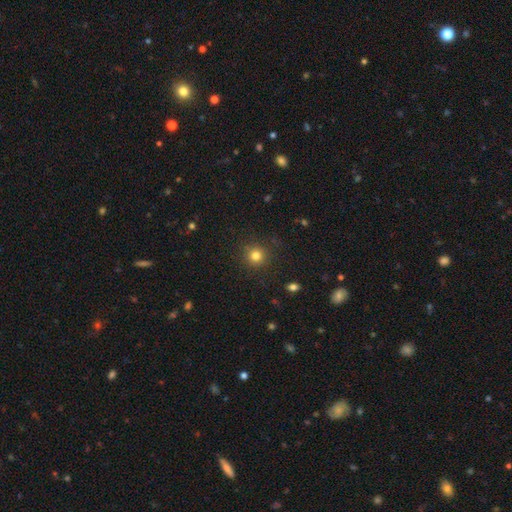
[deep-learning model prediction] A smooth galaxy with no disk features (80%) that is round (94%).

Vote fractions:
- Smooth or featured? smooth: 80% / star or artifact: 14% / featured or disk: 6%
- How rounded? round: 94% / in between: 5% / cigar-shaped: 1%
- Merging? none: 89% / minor disturbance: 7% / major disturbance: 3% / merger: 1%